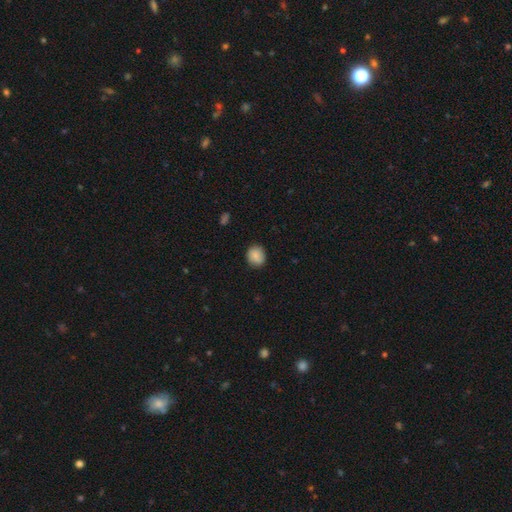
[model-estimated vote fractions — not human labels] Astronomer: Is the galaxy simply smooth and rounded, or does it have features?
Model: smooth — 84%.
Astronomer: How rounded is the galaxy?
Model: round — 78%.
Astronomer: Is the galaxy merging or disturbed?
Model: none — 84%.